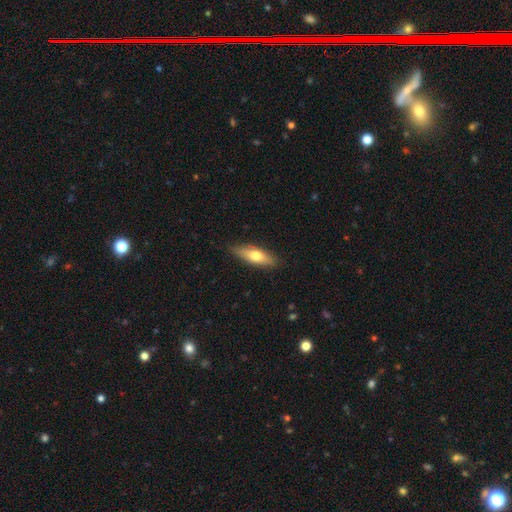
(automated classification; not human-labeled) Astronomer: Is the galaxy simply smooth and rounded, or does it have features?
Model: smooth — 64%.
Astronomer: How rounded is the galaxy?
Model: in between — 52% (runner-up: cigar-shaped, 45%).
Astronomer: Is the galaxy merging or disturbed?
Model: none — 85%.